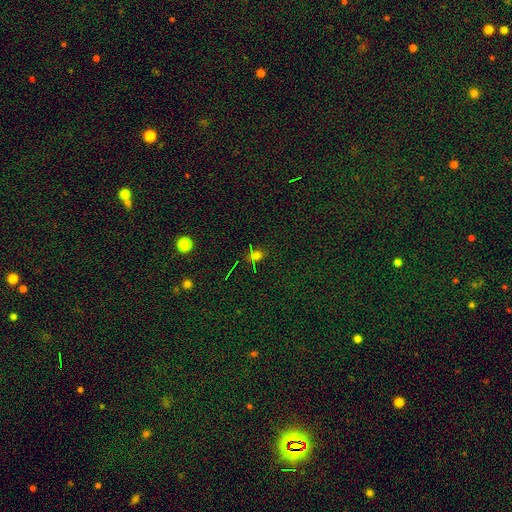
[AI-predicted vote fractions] smooth 51%, star or artifact 41%, featured or disk 8%. Down the decision tree: how rounded — round (50%); merging — none (71%).